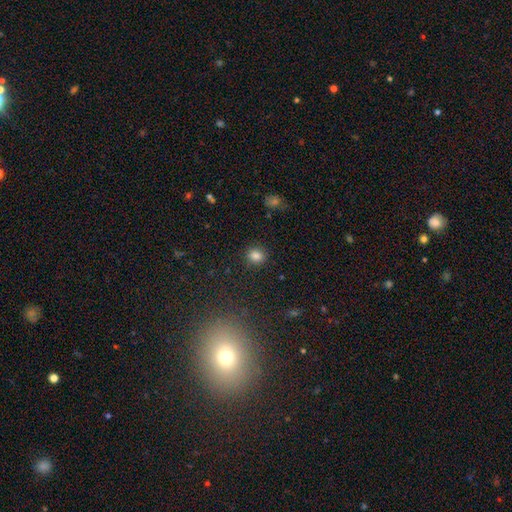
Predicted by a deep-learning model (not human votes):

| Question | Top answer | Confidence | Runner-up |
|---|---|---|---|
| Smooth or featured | smooth | 83% | star or artifact (12%) |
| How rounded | round | 69% | in between (30%) |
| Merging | none | 88% | minor disturbance (8%) |